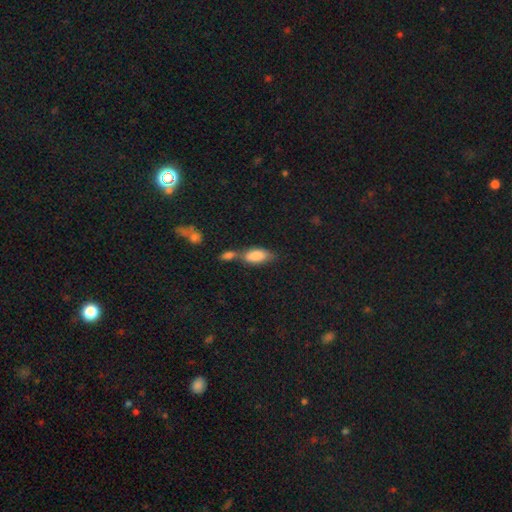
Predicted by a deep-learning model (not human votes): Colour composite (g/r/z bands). It shows a smooth galaxy with no disk features (81%) that is in between round and cigar-shaped (87%). Merging: merger (46%).